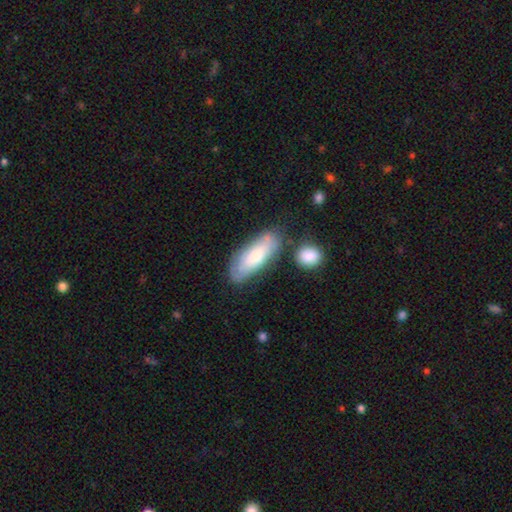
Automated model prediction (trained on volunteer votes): Smooth or featured? Predicted: smooth (p=0.65). How rounded? Predicted: in between (p=0.67). Merging? Predicted: none (p=0.68).